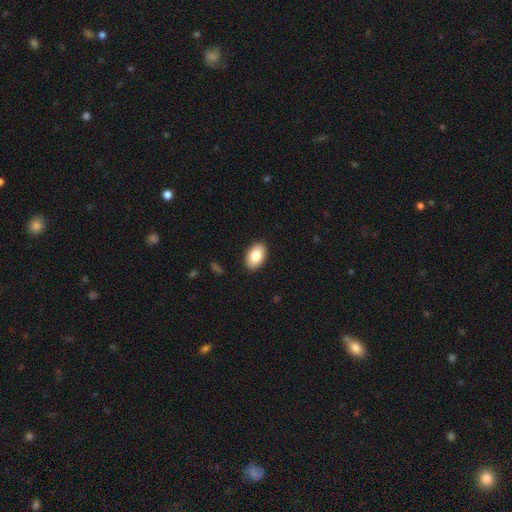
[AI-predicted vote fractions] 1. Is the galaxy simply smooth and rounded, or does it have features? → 82% smooth, 11% featured or disk, 7% star or artifact.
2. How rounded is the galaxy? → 92% in between, 7% round, 1% cigar-shaped.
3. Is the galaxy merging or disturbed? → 90% none, 8% minor disturbance, 2% major disturbance, 1% merger.